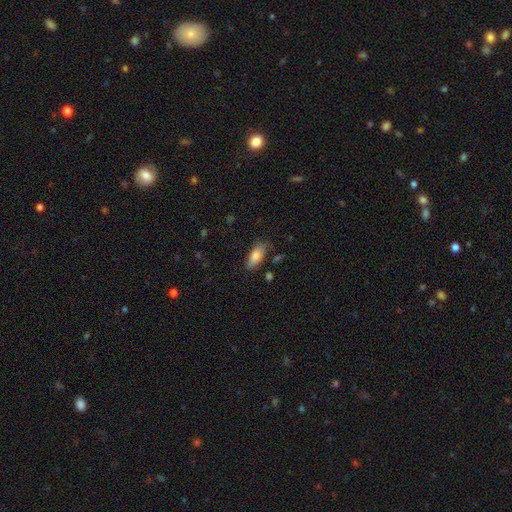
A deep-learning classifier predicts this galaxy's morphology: Smooth or featured? Predicted: smooth (p=0.81). How rounded? Predicted: in between (p=0.84). Merging? Predicted: none (p=0.73).